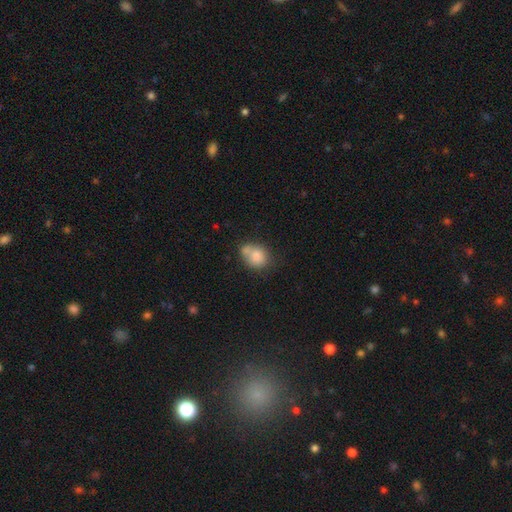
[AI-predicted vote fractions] Q: Smooth or featured?
A: smooth (75%); runner-up: featured or disk (16%)
Q: How rounded?
A: round (51%); runner-up: in between (48%)
Q: Merging?
A: merger (42%); runner-up: none (34%)